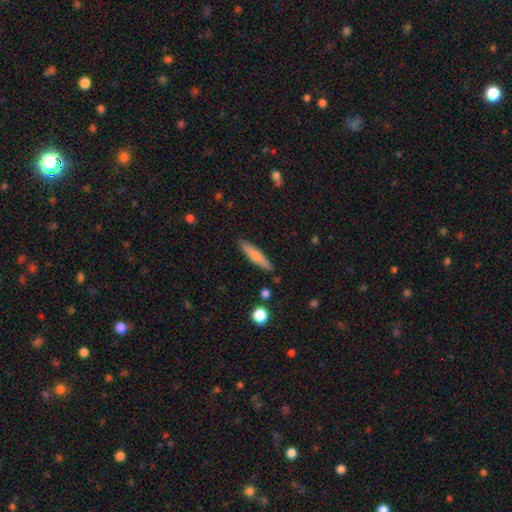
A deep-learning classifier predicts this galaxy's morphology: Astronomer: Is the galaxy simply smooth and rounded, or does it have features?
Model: smooth — 72%.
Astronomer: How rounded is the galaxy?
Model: cigar-shaped — 86%.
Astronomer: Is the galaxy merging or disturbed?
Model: none — 88%.